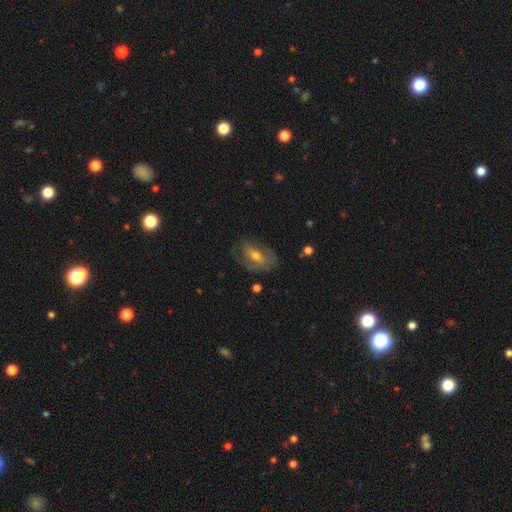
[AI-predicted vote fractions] smooth-or-featured: featured or disk: 56% | smooth: 35% | star or artifact: 9%
  disk-edge-on: no: 91% | yes: 9%
    bar: no: 53% | weak: 34% | strong: 13%
    has-spiral-arms: yes: 62% | no: 38%
    bulge-size: moderate: 60% | small: 33% | large: 4% | none: 1% | dominant: 1%
  merging: none: 65% | minor disturbance: 22% | major disturbance: 11% | merger: 2%